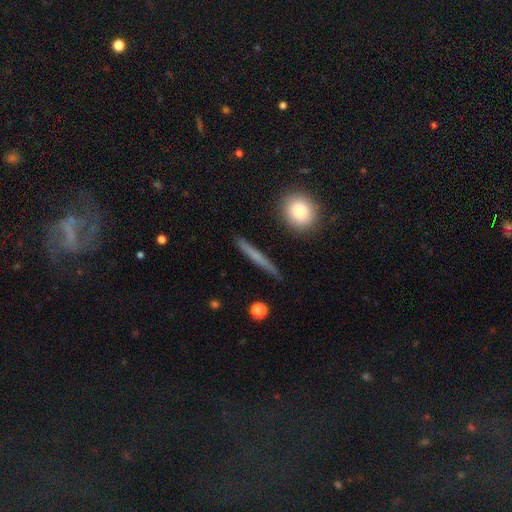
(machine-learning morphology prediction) This appears to be a smooth galaxy with no disk features (54%) that is cigar-shaped (91%). Merging: none (89%).